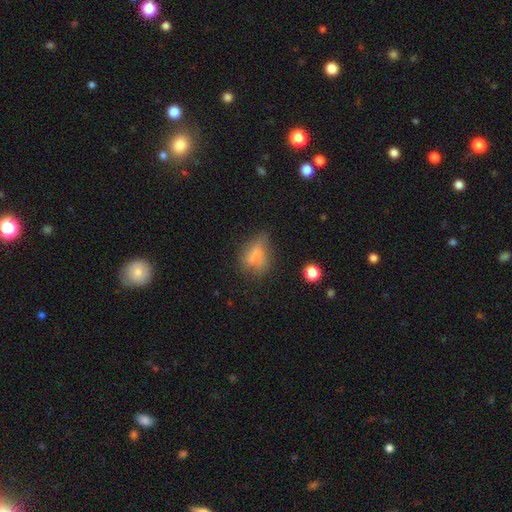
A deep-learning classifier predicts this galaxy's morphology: smooth-or-featured: smooth: 60% | featured or disk: 25% | star or artifact: 15%
  how-rounded: in between: 69% | round: 26% | cigar-shaped: 5%
  merging: none: 39% | minor disturbance: 27% | major disturbance: 20% | merger: 14%